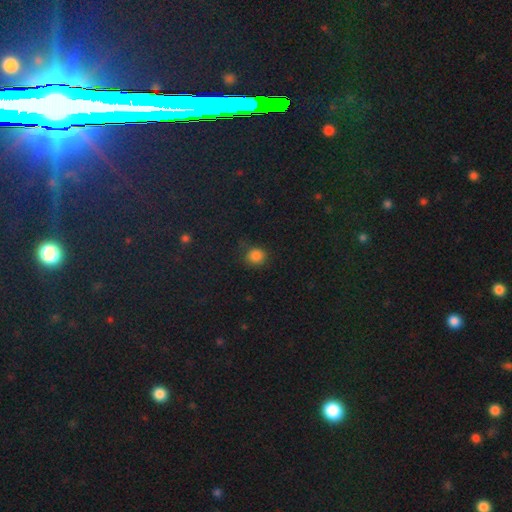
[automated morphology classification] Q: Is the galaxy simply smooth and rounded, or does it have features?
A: smooth — 83%.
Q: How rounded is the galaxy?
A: round — 85%.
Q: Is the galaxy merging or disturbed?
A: none — 83%.